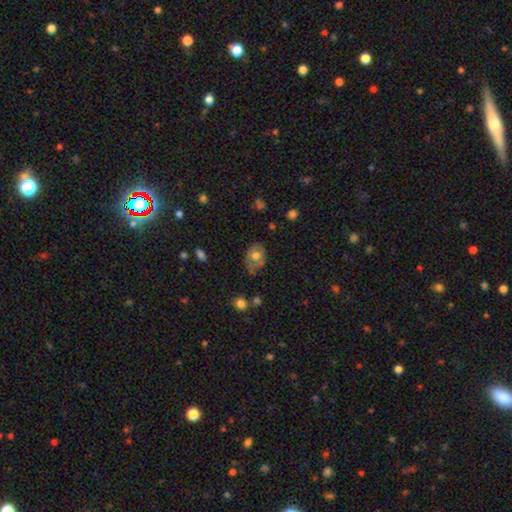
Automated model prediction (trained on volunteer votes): A smooth galaxy with no disk features (62%) that is in between round and cigar-shaped (68%). Merging: none (55%).